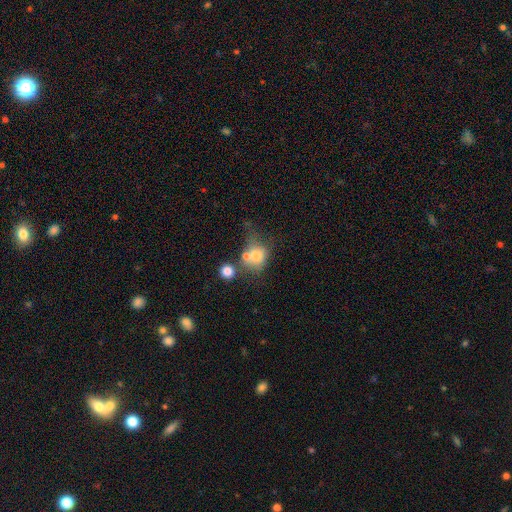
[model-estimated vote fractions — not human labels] Morphology: type=smooth (70%); roundness=round (56%); merging=merger (37%).